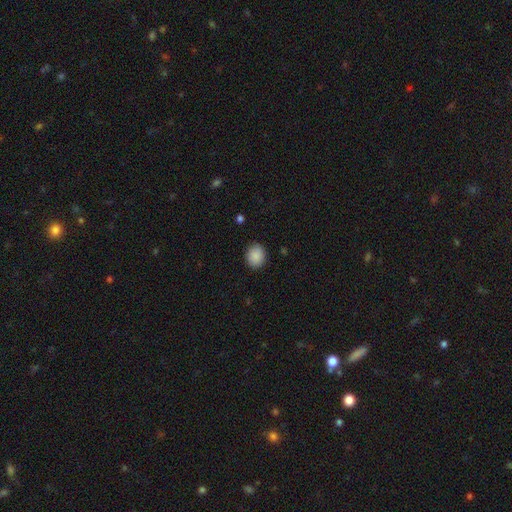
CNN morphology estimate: smooth 89%, star or artifact 8%, featured or disk 3%. Down the decision tree: how rounded — round (67%); merging — none (88%).